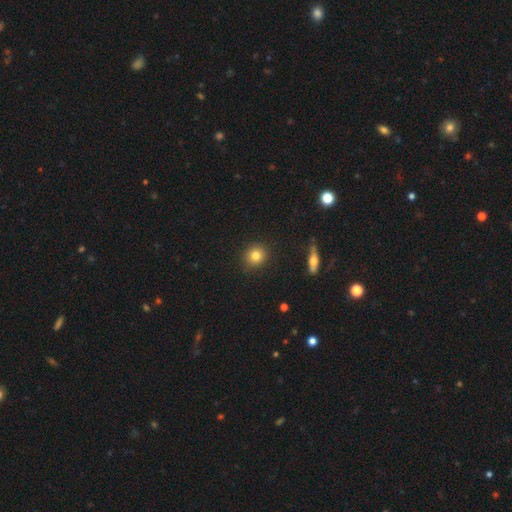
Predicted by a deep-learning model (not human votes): This is clearly a smooth galaxy (82%). How rounded: clearly round (87%). Merging: clearly none (88%).